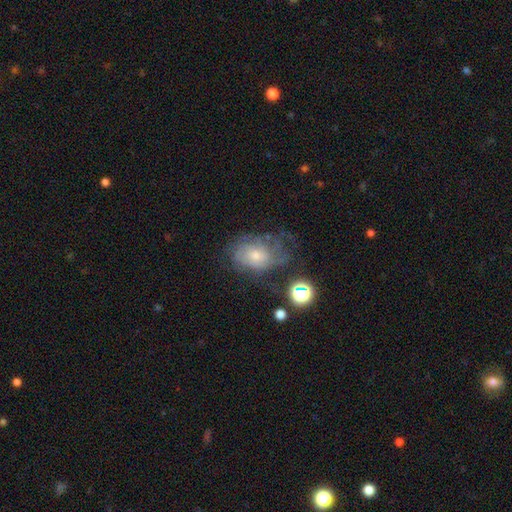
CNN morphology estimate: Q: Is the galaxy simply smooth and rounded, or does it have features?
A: featured or disk — 54%.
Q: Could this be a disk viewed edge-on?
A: no — 96%.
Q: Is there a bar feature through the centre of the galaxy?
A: no — 80%.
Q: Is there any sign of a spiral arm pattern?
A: yes — 64%.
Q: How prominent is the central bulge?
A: small — 45%.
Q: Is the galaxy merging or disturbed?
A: none — 41%.